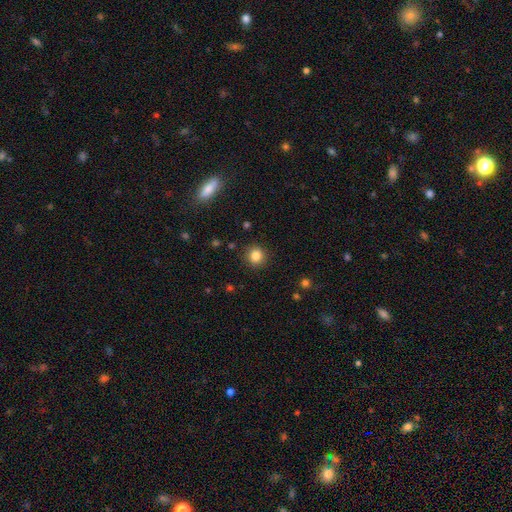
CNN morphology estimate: smooth_or_featured: smooth (p=0.84) [alt: star or artifact p=0.11]
how_rounded: round (p=0.87) [alt: in between p=0.12]
merging: none (p=0.89) [alt: minor disturbance p=0.07]